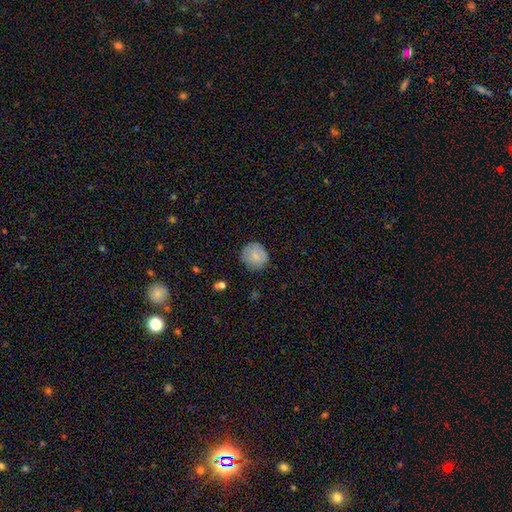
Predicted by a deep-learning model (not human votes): smooth-or-featured: smooth: 81% | featured or disk: 11% | star or artifact: 8%
  how-rounded: round: 90% | in between: 9% | cigar-shaped: 1%
  merging: none: 79% | minor disturbance: 17% | major disturbance: 3% | merger: 1%